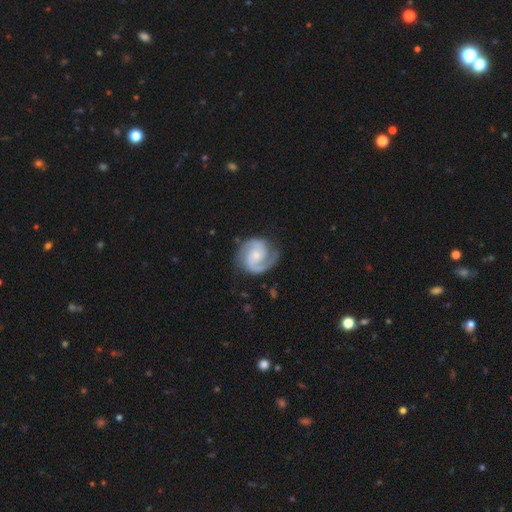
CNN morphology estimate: type=featured or disk (90%); edge-on=no (98%); bar=no (60%); spiral arms=yes (98%); winding=medium (50%); arm count=2 (92%); bulge=small (51%); merging=none (81%).